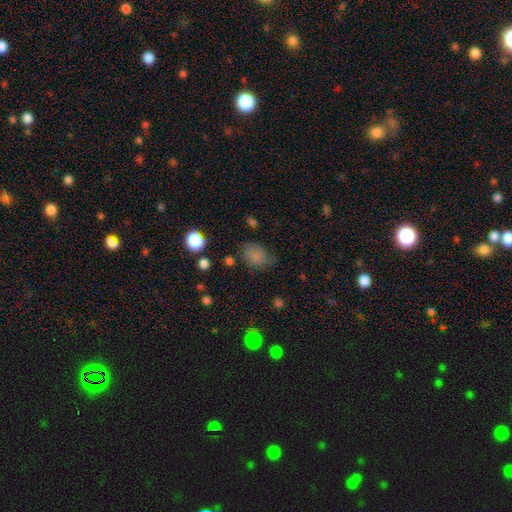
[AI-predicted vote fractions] Smooth or featured? smooth (79%)
How rounded? in between (65%)
Merging? none (63%)